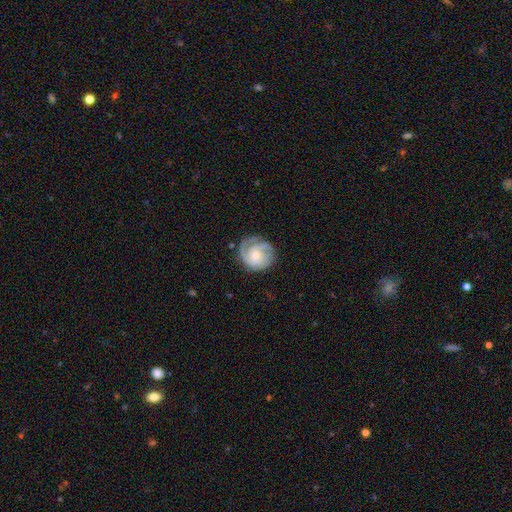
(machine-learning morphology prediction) A featured or disk galaxy (79%) with no bar (73%), 3 (34%) tight (59%) spiral arms (95%) and a small central bulge (52%). Merging: none (73%).